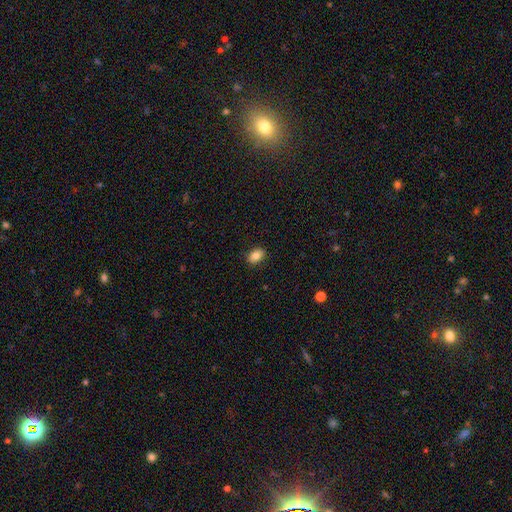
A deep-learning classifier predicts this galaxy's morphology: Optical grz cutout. It shows a smooth galaxy with no disk features (84%) that is in between round and cigar-shaped (82%). Merging: none (89%).